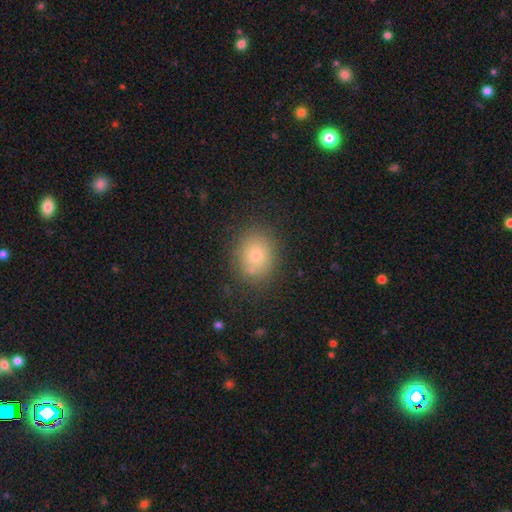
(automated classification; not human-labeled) Morphology: type=smooth (73%); roundness=round (67%); merging=none (80%).